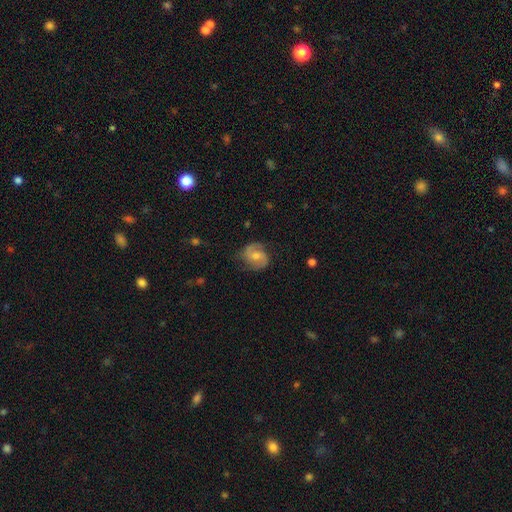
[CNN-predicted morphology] Smooth or featured? featured or disk (69%)
Edge-on disk? no (98%)
Bar? weak (45%)
Spiral arms? yes (92%)
Spiral winding? medium (48%)
Spiral arm count? 2 (86%)
Bulge size? moderate (56%)
Merging? none (70%)